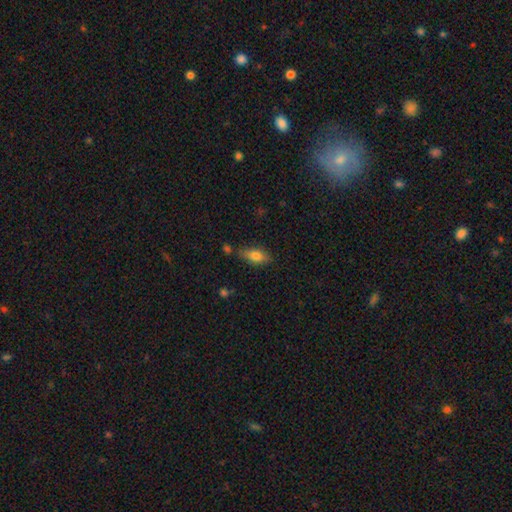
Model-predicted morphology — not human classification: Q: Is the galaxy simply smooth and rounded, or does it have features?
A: smooth — 79%.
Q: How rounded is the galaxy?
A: in between — 85%.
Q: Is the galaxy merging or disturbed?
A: none — 74%.